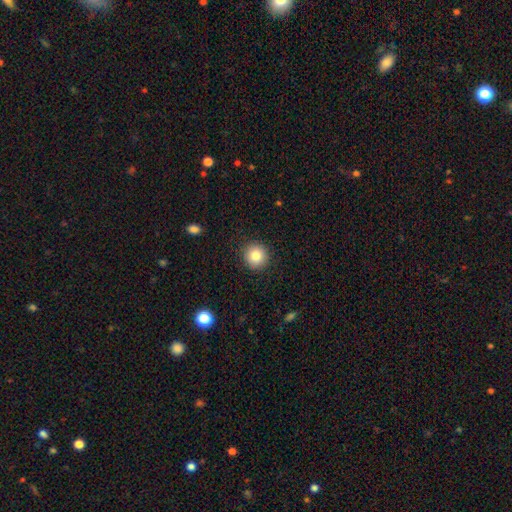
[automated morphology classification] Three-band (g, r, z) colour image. It shows a smooth galaxy with no disk features (84%) that is round (94%). Merging: none (91%).